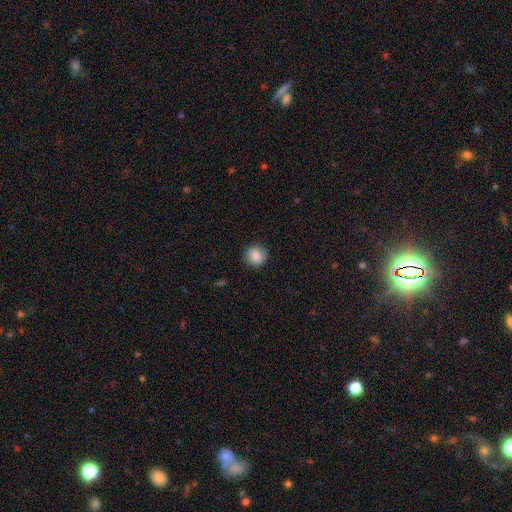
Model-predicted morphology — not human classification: smooth 85%, star or artifact 9%, featured or disk 6%. Down the decision tree: how rounded — round (91%); merging — none (88%).